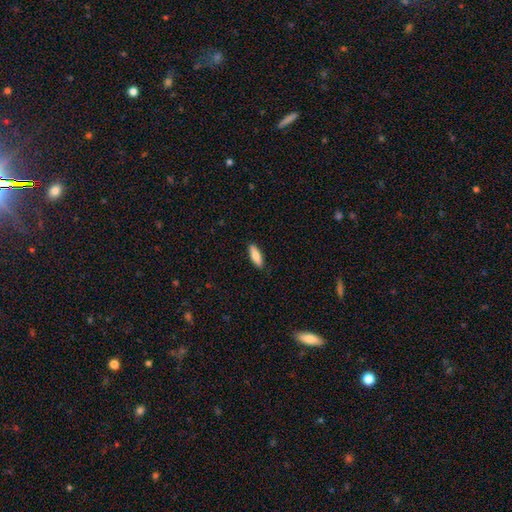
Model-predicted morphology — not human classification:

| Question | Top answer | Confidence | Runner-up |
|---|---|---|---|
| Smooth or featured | smooth | 81% | featured or disk (14%) |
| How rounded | in between | 52% | cigar-shaped (46%) |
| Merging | none | 89% | minor disturbance (9%) |